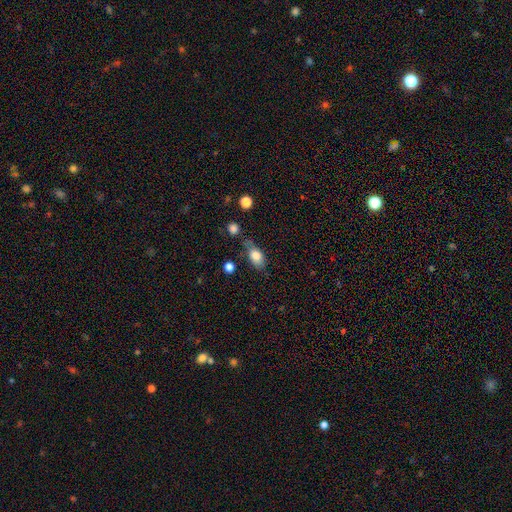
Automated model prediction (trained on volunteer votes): This appears to be a smooth galaxy with no disk features (79%) that is in between round and cigar-shaped (84%). Merging: none (51%).